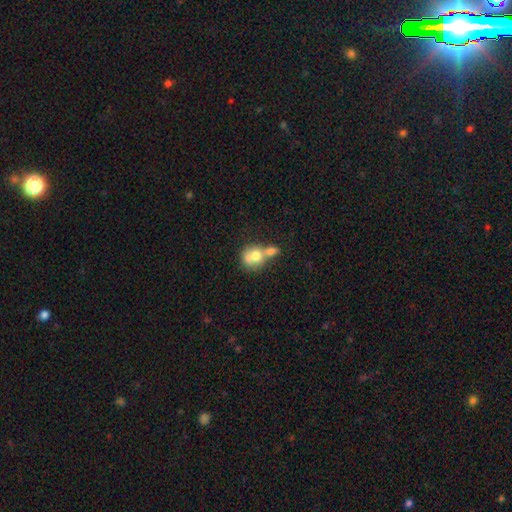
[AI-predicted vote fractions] Smooth or featured?
  - smooth: 70% *
  - featured or disk: 22%
  - star or artifact: 8%
How rounded?
  - round: 69% *
  - in between: 29%
  - cigar-shaped: 1%
Merging?
  - merger: 62% *
  - none: 22%
  - minor disturbance: 9%
  - major disturbance: 6%